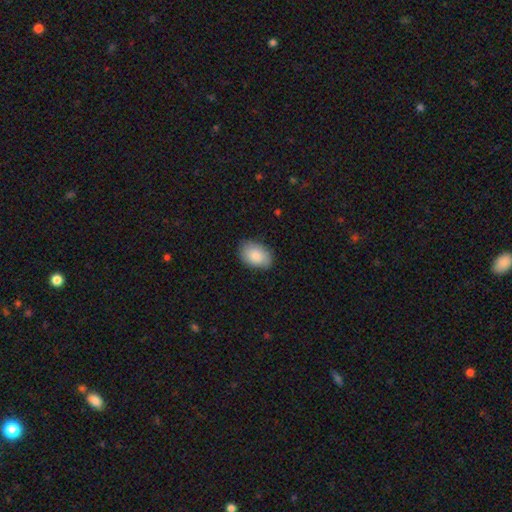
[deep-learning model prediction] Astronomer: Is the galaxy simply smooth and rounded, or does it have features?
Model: smooth — 86%.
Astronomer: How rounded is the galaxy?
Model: in between — 88%.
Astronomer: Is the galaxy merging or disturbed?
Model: none — 82%.